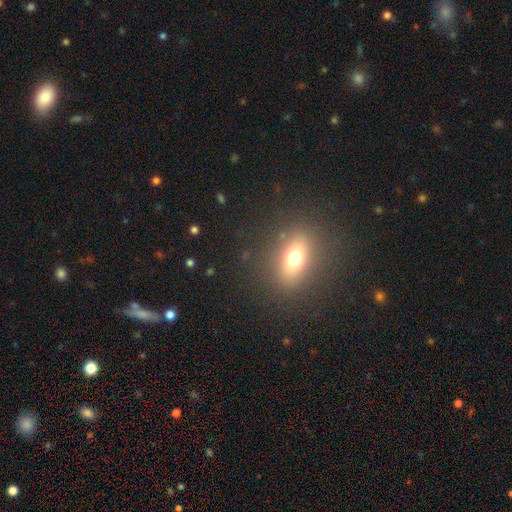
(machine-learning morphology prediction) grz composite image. It shows a smooth galaxy with no disk features (50%). Merging: none (90%).